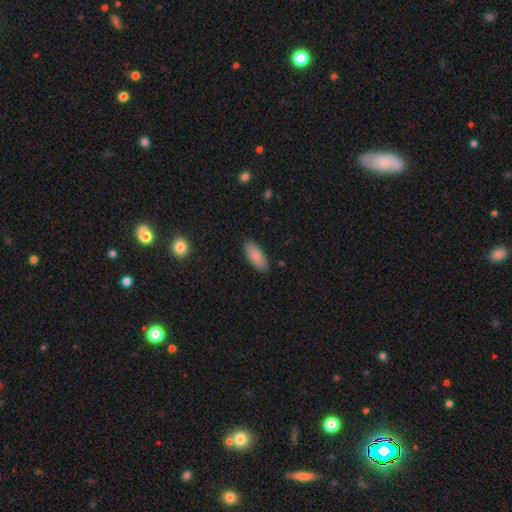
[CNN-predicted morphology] Smooth or featured? Predicted: smooth (p=0.87). How rounded? Predicted: in between (p=0.85). Merging? Predicted: none (p=0.87).